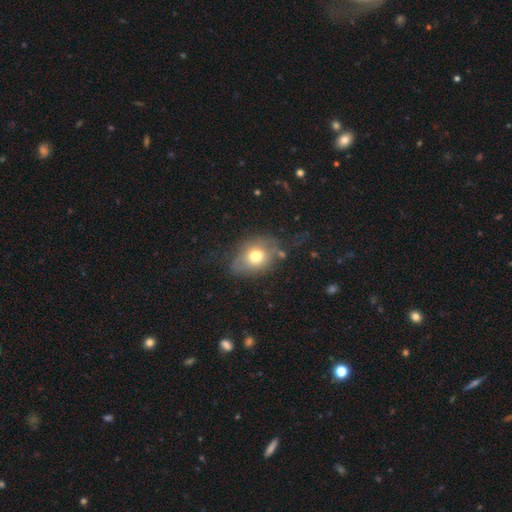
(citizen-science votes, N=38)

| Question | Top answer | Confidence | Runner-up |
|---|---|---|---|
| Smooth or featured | smooth | 61% | featured or disk (34%) |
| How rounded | in between | 70% | round (30%) |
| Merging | none | 44% | major disturbance (36%) |